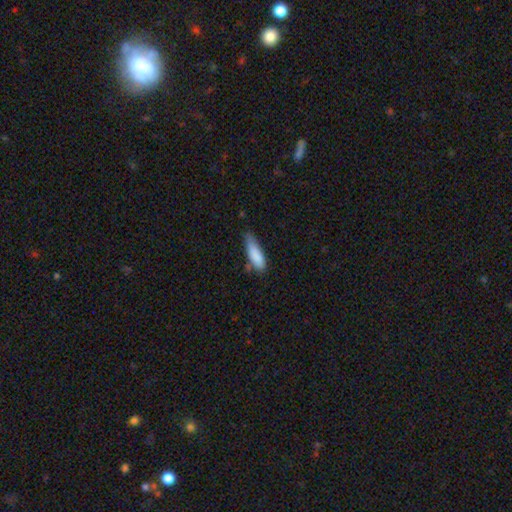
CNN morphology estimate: Q: Smooth or featured?
A: smooth (86%); runner-up: featured or disk (8%)
Q: How rounded?
A: in between (52%); runner-up: cigar-shaped (46%)
Q: Merging?
A: none (46%); runner-up: minor disturbance (41%)